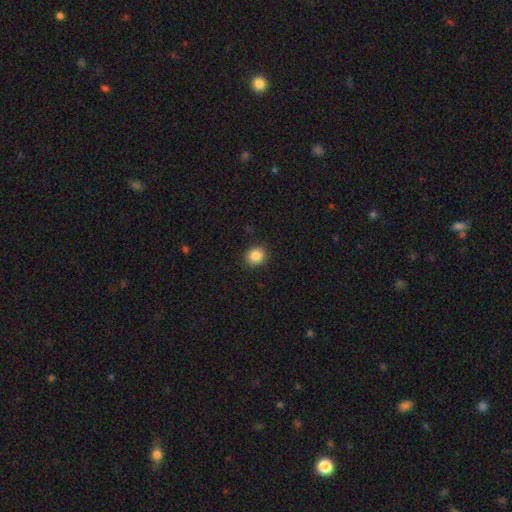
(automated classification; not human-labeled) A smooth galaxy with no disk features (86%) that is round (86%). Merging: none (90%).